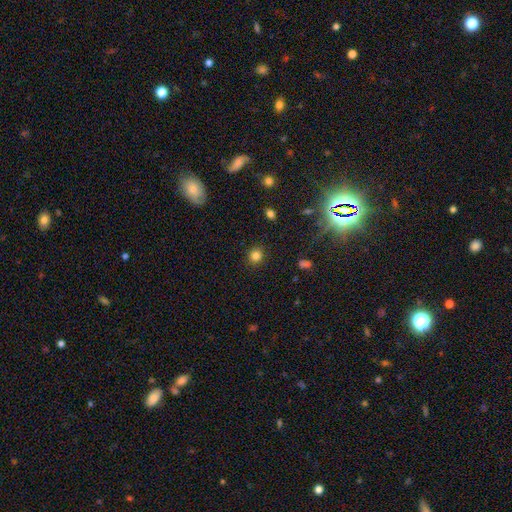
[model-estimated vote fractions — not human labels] Overall: smooth (82%). How rounded: round (87%). Merging: none (89%).